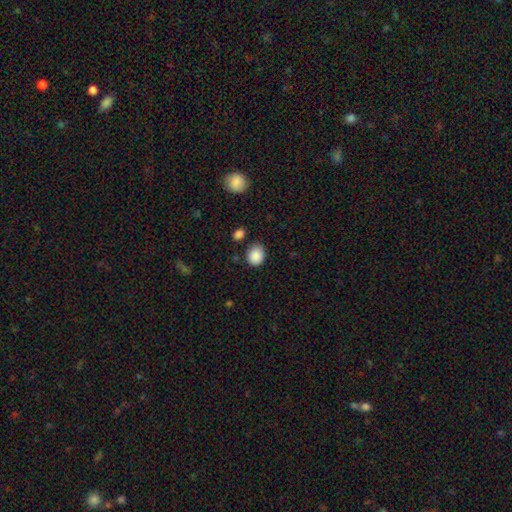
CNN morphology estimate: This is clearly a smooth galaxy (88%). How rounded: likely round (62%). Merging: likely none (76%).